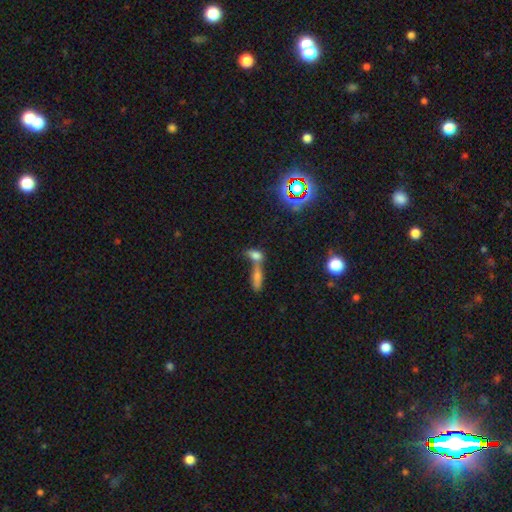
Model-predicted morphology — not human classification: A smooth galaxy with no disk features (65%) that is in between round and cigar-shaped (68%). Merging: merger (62%).